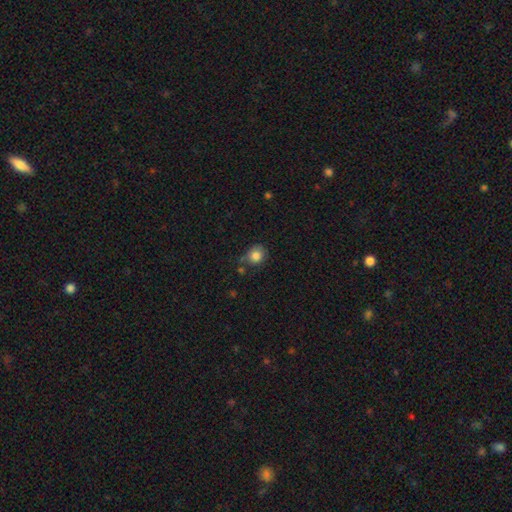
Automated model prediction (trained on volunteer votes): This appears to be a smooth galaxy with no disk features (84%) that is round (80%). Merging: none (68%).